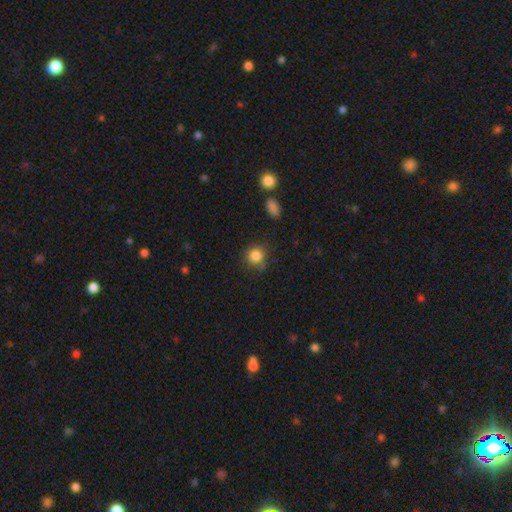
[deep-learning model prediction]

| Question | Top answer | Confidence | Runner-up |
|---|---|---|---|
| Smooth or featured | smooth | 85% | star or artifact (10%) |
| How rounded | round | 87% | in between (12%) |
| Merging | none | 77% | minor disturbance (15%) |